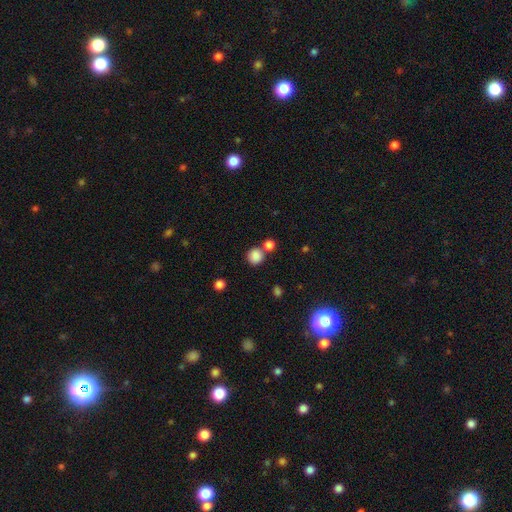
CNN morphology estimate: This is clearly a smooth galaxy (85%). How rounded: clearly round (88%). Merging: likely none (63%).